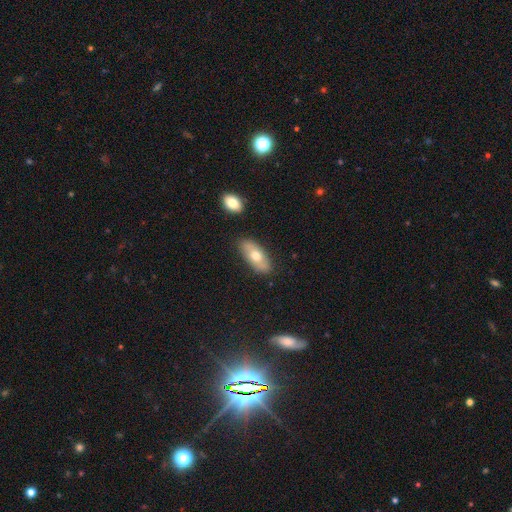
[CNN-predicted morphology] The model was most divided on "smooth or featured": smooth: 64%, featured or disk: 30%, star or artifact: 7%. More confident: how rounded — in between (87%); merging — none (81%).